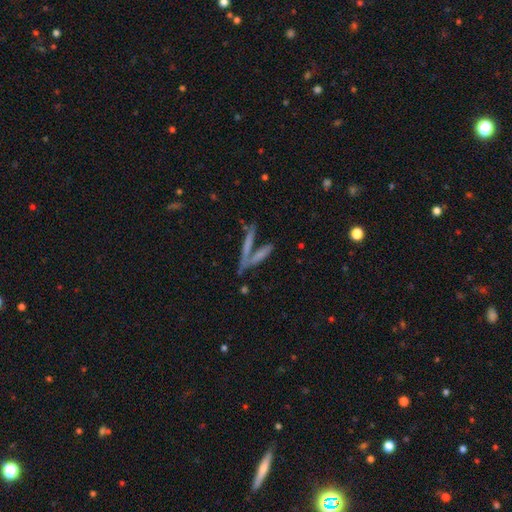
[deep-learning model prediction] A smooth galaxy with no disk features (49%). Merging: none (47%).